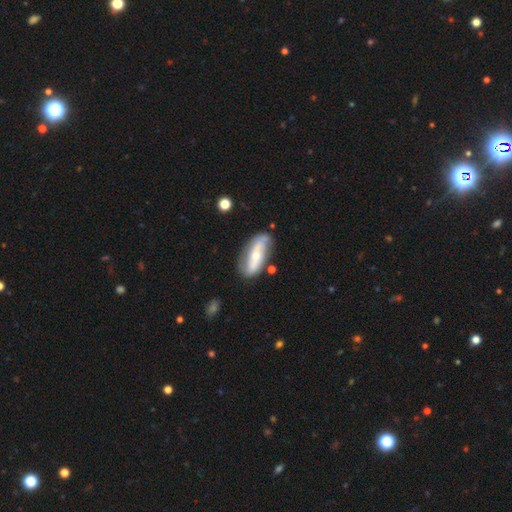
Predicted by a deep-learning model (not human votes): A featured or disk galaxy (64%) with no bar (43%), spiral arms (72%) and a moderate central bulge (50%). Merging: none (72%).